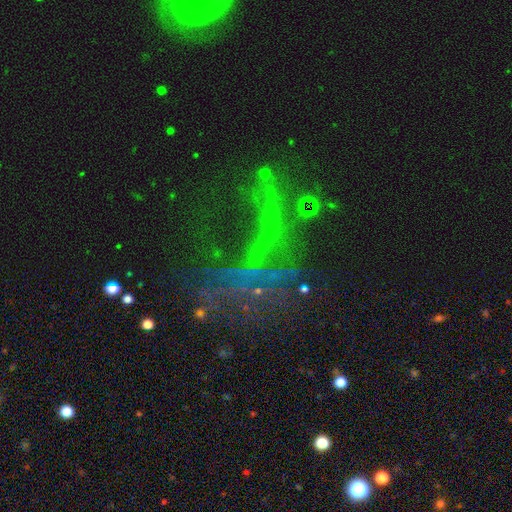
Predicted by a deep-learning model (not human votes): The model was most divided on "smooth or featured": star or artifact: 66%, featured or disk: 20%, smooth: 13%.